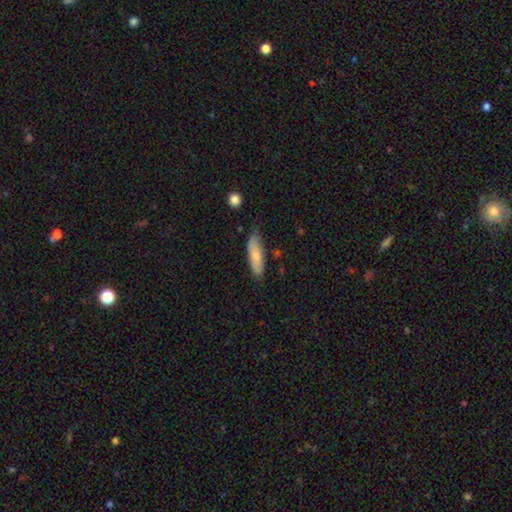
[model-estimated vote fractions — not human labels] Smooth or featured? smooth (74%)
How rounded? in between (51%)
Merging? none (65%)